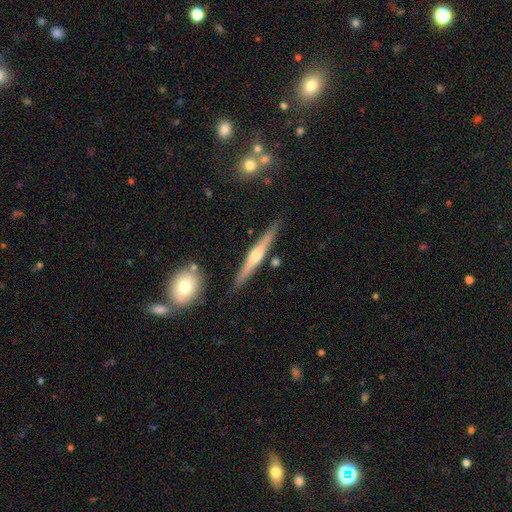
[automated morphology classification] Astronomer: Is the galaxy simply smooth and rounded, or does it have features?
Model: featured or disk — 68%.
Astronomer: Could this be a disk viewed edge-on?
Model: yes — 97%.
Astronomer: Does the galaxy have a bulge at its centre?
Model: rounded — 80%.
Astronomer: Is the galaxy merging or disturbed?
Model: none — 87%.